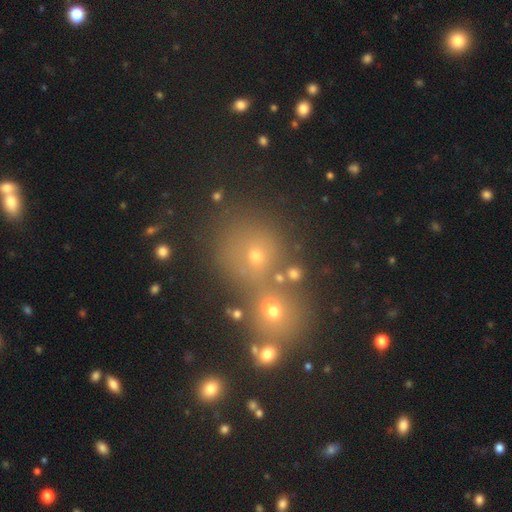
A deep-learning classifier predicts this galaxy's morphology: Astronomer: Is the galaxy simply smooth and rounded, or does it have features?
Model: smooth — 60%.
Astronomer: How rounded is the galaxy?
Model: round — 78%.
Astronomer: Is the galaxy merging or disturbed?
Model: none — 47% (runner-up: merger, 37%).